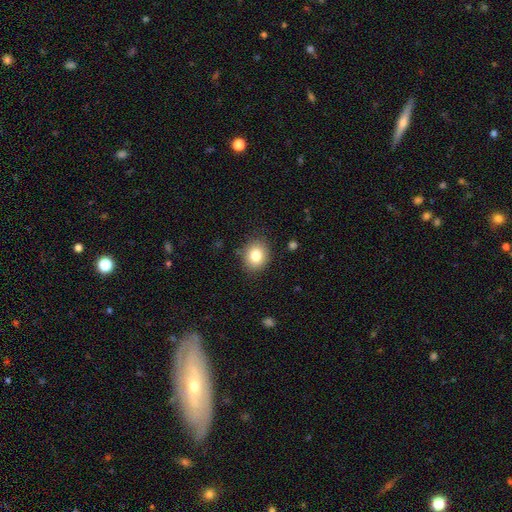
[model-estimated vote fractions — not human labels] Smooth or featured?
  - smooth: 81% *
  - star or artifact: 10%
  - featured or disk: 9%
How rounded?
  - round: 65% *
  - in between: 34%
  - cigar-shaped: 1%
Merging?
  - none: 86% *
  - minor disturbance: 10%
  - major disturbance: 3%
  - merger: 1%